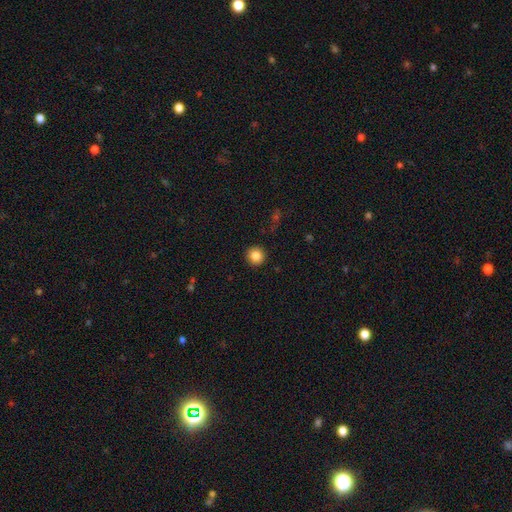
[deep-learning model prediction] Overall: smooth (85%). How rounded: round (95%). Merging: none (92%).